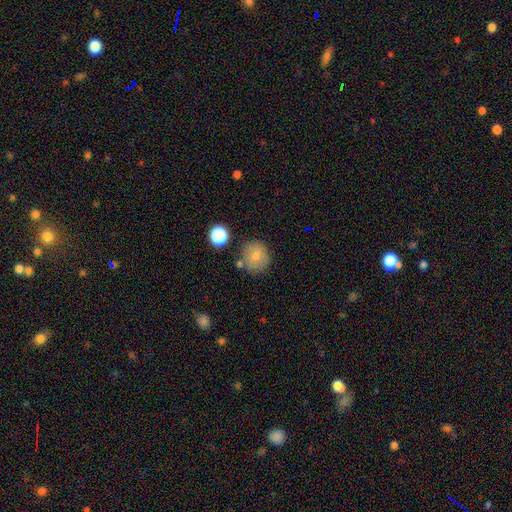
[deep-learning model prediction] The model was most divided on "merging": none: 72%, minor disturbance: 14%, merger: 9%, major disturbance: 5%. More confident: how rounded — round (86%); smooth or featured — smooth (77%).